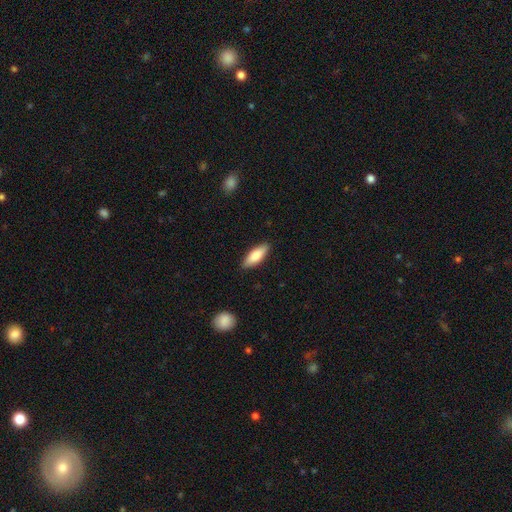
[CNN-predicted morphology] Q: Smooth or featured?
A: smooth (79%); runner-up: featured or disk (16%)
Q: How rounded?
A: in between (64%); runner-up: cigar-shaped (34%)
Q: Merging?
A: none (87%); runner-up: minor disturbance (9%)